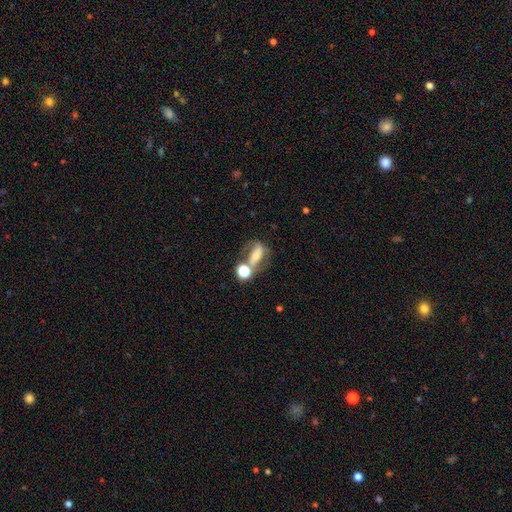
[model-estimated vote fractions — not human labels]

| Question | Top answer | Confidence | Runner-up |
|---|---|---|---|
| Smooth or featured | smooth | 44% | featured or disk (42%) |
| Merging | none | 36% | merger (32%) |